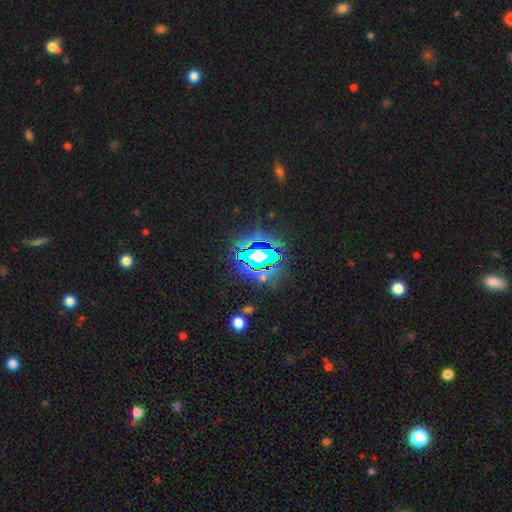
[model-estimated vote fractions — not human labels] This appears to be a star or artifact, not a galaxy (77%).